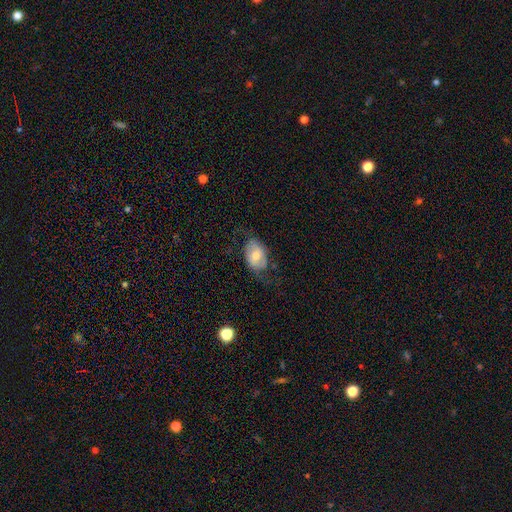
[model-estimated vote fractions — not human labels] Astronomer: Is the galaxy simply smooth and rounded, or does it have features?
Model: smooth — 56% (runner-up: featured or disk, 37%).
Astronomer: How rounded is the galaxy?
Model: in between — 82%.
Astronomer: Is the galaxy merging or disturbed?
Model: none — 55%.